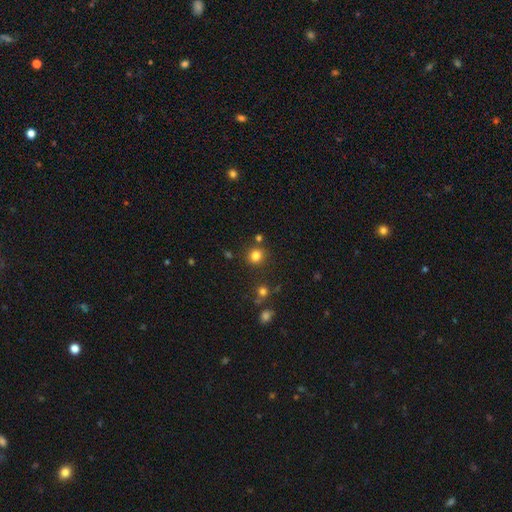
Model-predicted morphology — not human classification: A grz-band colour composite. It shows a smooth galaxy with no disk features (81%) that is round (84%). Merging: none (82%).